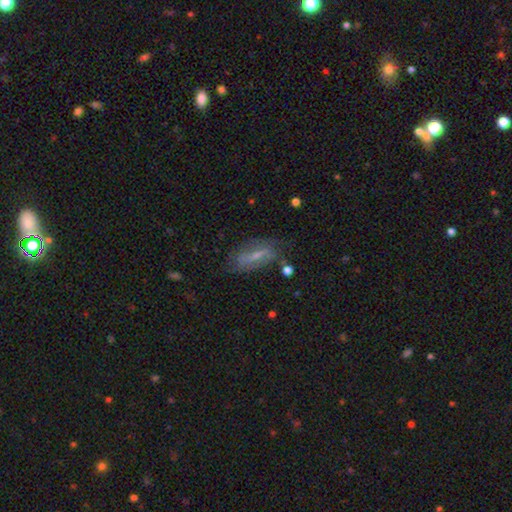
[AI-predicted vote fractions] smooth-or-featured: featured or disk: 58% | smooth: 32% | star or artifact: 10%
  disk-edge-on: no: 83% | yes: 17%
  merging: none: 65% | minor disturbance: 21% | major disturbance: 10% | merger: 3%